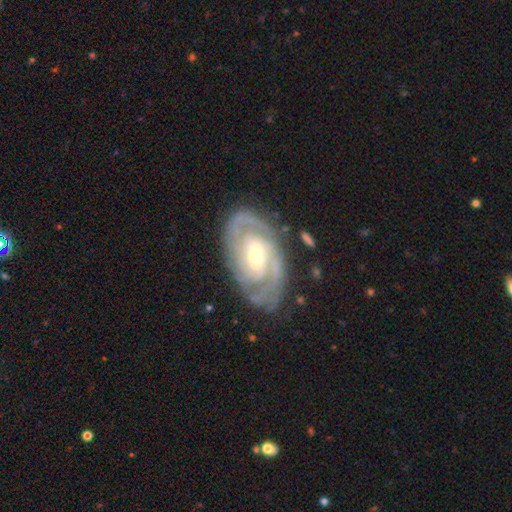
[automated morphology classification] The model was most divided on "bar": weak: 41%, no: 40%, strong: 19%. More confident: spiral arms — yes (97%); edge-on disk — no (96%); smooth or featured — featured or disk (89%); merging — none (78%); spiral winding — tight (70%); spiral arm count — 2 (57%); bulge size — small (55%).